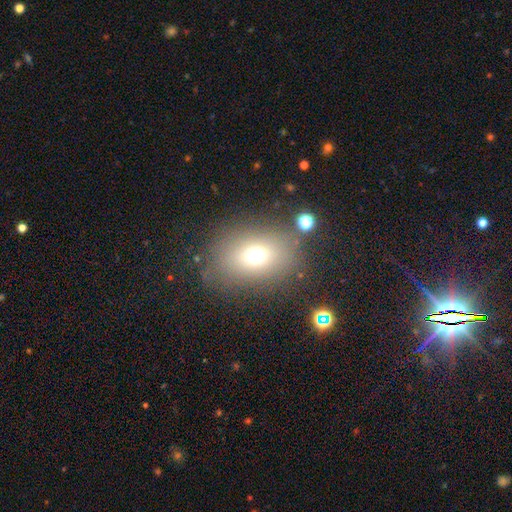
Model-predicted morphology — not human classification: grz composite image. It shows a smooth galaxy with no disk features (65%) that is in between round and cigar-shaped (58%). Merging: none (76%).